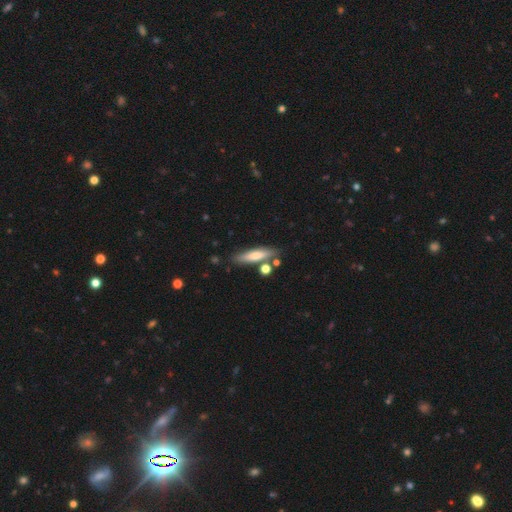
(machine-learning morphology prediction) This appears to be a smooth galaxy with no disk features (65%) that is cigar-shaped (78%). Merging: none (76%).